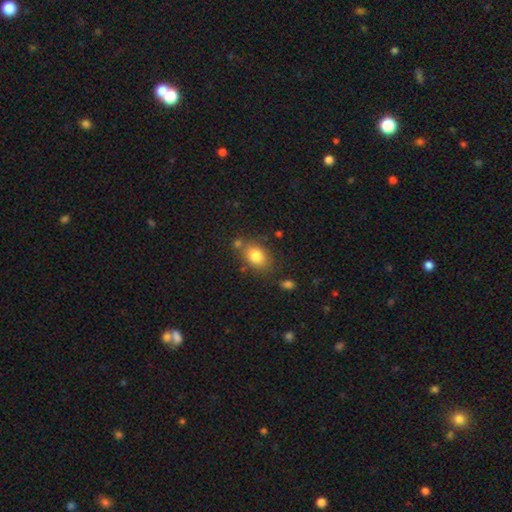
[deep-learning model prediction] Smooth or featured? smooth (82%)
How rounded? in between (75%)
Merging? none (70%)